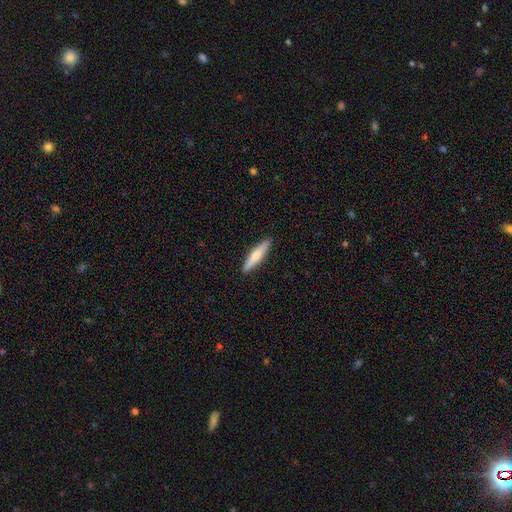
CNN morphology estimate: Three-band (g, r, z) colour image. It shows a smooth galaxy with no disk features (62%) that is cigar-shaped (86%). Merging: none (91%).